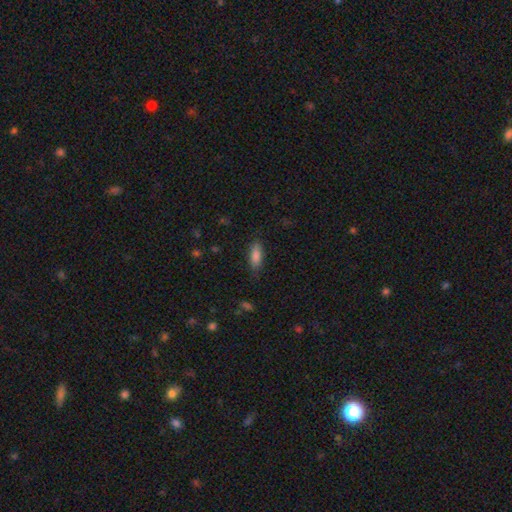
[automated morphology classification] Smooth or featured? smooth (85%)
How rounded? in between (72%)
Merging? none (81%)